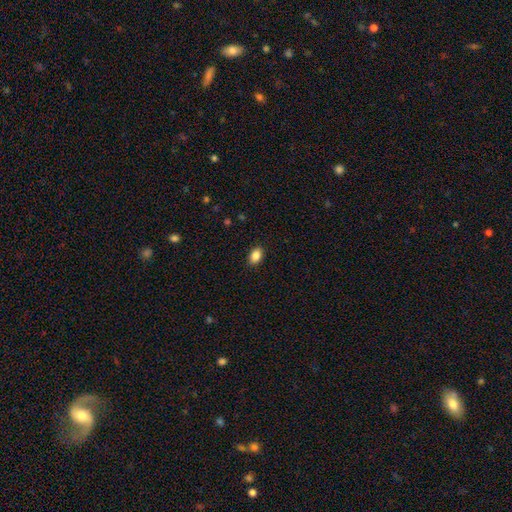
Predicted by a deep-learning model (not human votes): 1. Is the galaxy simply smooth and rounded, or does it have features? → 87% smooth, 8% star or artifact, 5% featured or disk.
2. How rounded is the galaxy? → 87% in between, 12% round, 2% cigar-shaped.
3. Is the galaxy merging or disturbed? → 89% none, 8% minor disturbance, 2% major disturbance, 1% merger.